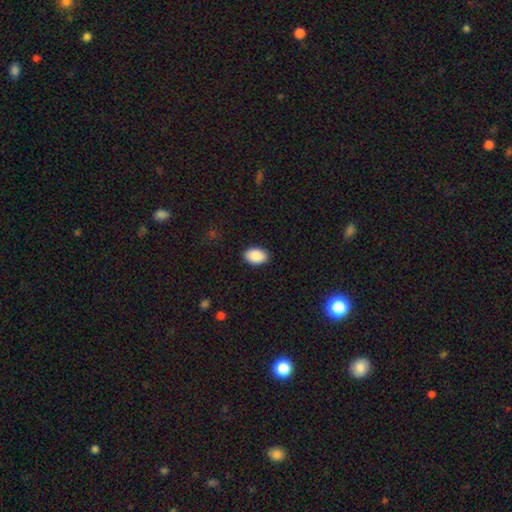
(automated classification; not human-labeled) smooth-or-featured: smooth: 90% | star or artifact: 7% | featured or disk: 3%
  how-rounded: in between: 89% | round: 10% | cigar-shaped: 1%
  merging: none: 89% | minor disturbance: 8% | major disturbance: 2% | merger: 1%